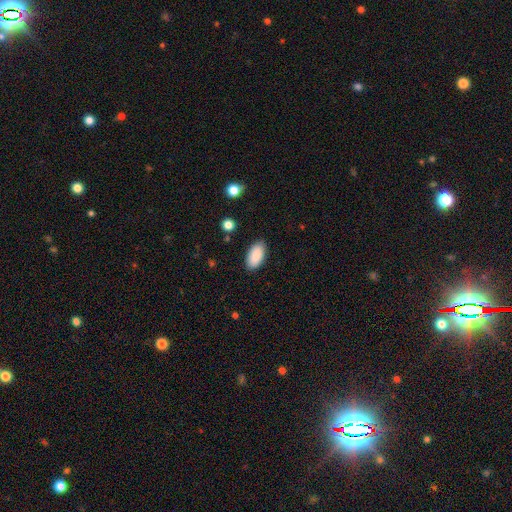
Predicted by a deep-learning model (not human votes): smooth 90%, star or artifact 6%, featured or disk 4%. Down the decision tree: how rounded — in between (95%); merging — none (87%).